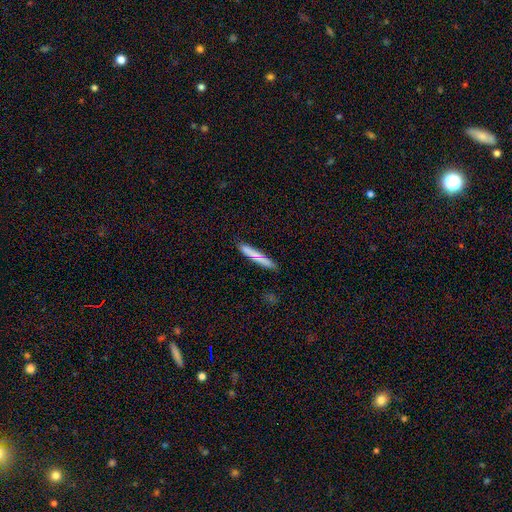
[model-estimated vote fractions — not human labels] Q: Smooth or featured?
A: smooth (73%); runner-up: featured or disk (21%)
Q: How rounded?
A: cigar-shaped (95%); runner-up: in between (4%)
Q: Merging?
A: none (85%); runner-up: minor disturbance (11%)